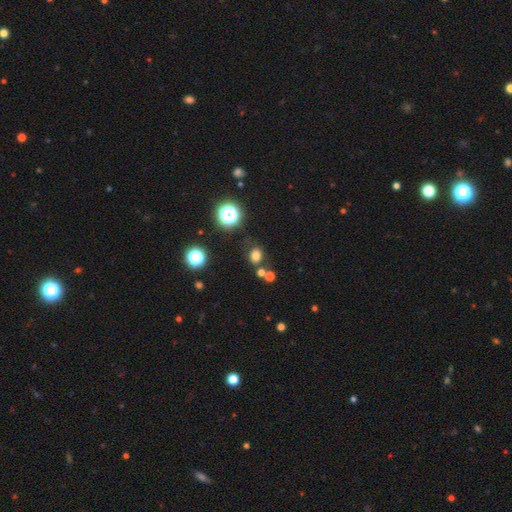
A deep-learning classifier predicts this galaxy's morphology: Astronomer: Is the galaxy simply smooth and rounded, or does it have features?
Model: smooth — 73%.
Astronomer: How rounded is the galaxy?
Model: round — 57% (runner-up: in between, 42%).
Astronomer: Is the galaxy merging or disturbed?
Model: none — 72%.